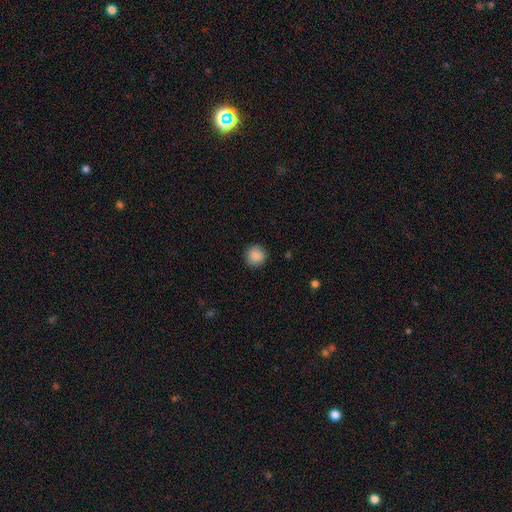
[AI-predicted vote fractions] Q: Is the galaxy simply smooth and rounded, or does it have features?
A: smooth — 88%.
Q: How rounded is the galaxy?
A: round — 93%.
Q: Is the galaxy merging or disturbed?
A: none — 89%.